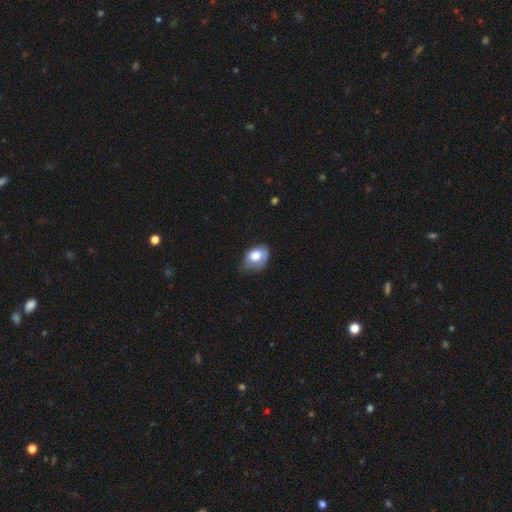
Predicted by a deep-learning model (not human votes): A smooth galaxy with no disk features (72%) that is in between round and cigar-shaped (81%). Merging: none (48%).